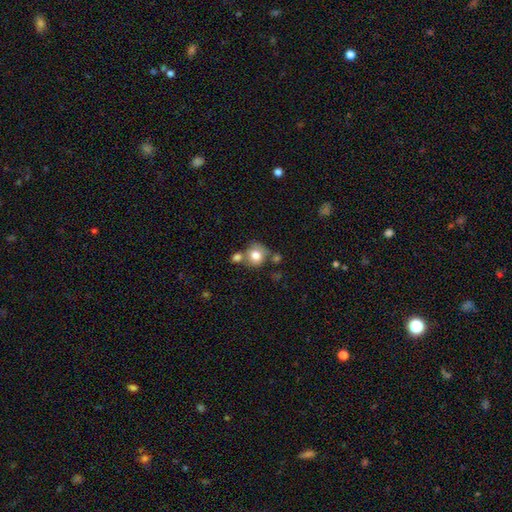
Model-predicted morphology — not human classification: type=smooth (78%); roundness=round (81%); merging=none (52%).